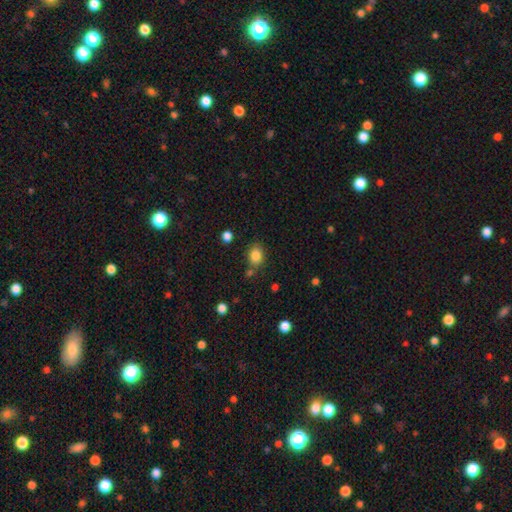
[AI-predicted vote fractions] smooth-or-featured: smooth: 84% | star or artifact: 11% | featured or disk: 5%
  how-rounded: round: 52% | in between: 47% | cigar-shaped: 1%
  merging: none: 75% | minor disturbance: 13% | merger: 8% | major disturbance: 4%